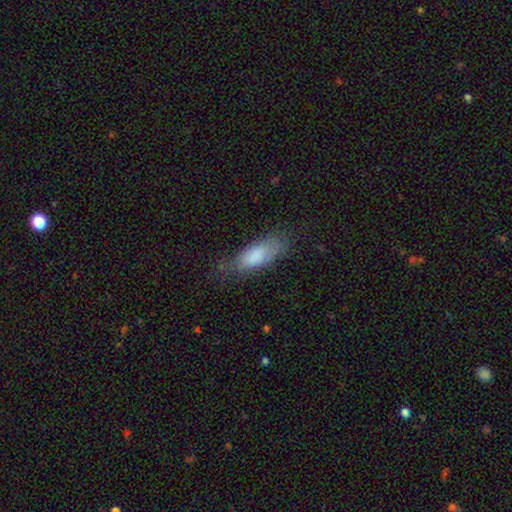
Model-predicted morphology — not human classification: Smooth or featured: smooth — 80% (featured or disk — 13%)
How rounded: in between — 70% (cigar-shaped — 27%)
Merging: none — 63% (minor disturbance — 26%)